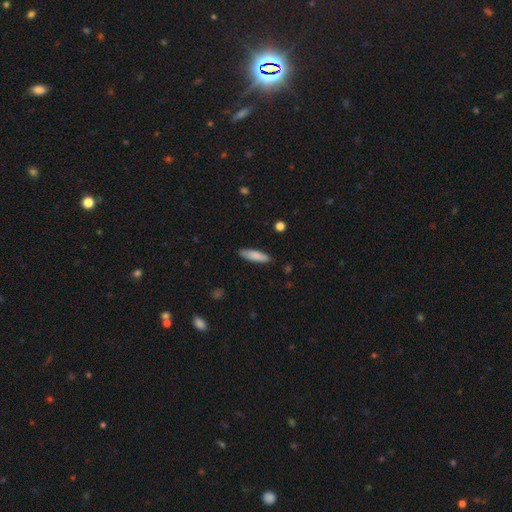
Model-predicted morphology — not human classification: This appears to be a smooth galaxy with no disk features (83%) that is cigar-shaped (71%). Merging: none (87%).